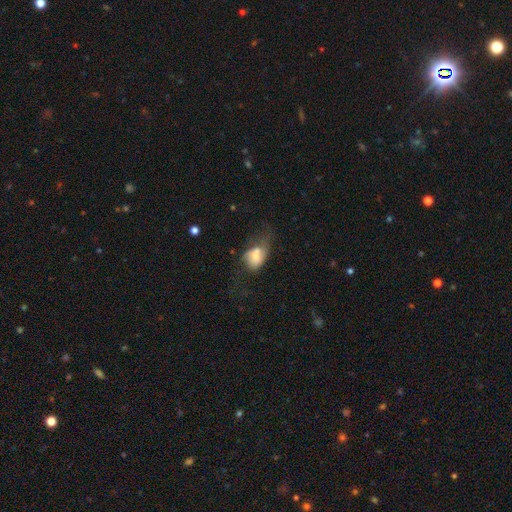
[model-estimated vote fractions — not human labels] Smooth or featured? smooth (62%)
How rounded? in between (76%)
Merging? major disturbance (36%)